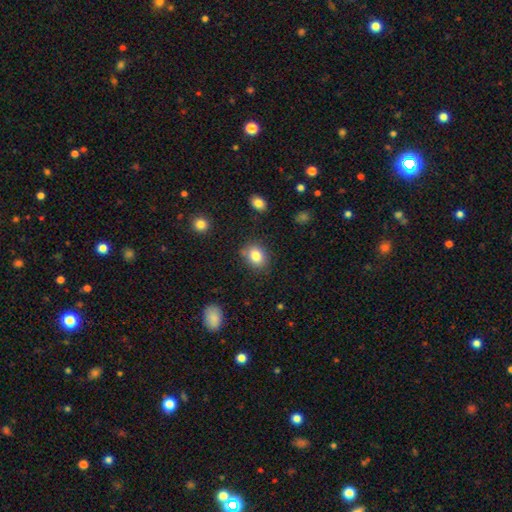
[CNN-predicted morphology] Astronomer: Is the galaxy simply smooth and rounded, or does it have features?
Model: smooth — 82%.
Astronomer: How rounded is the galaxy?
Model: in between — 51% (runner-up: round, 48%).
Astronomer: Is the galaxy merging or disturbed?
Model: none — 79%.